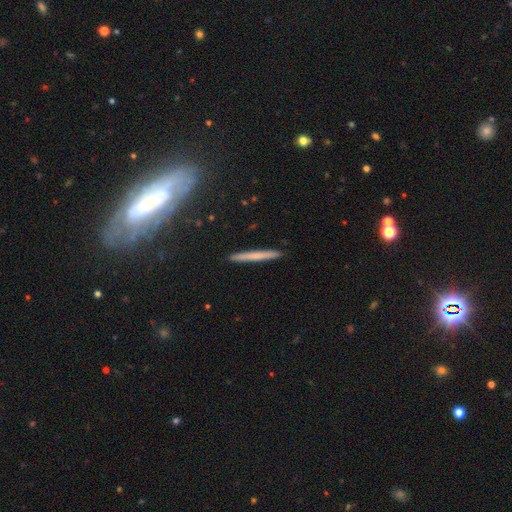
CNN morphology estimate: This appears to be a smooth galaxy with no disk features (53%) that is cigar-shaped (96%). Merging: none (91%).